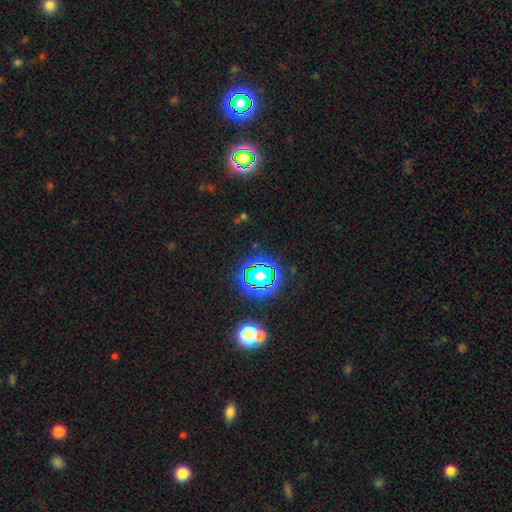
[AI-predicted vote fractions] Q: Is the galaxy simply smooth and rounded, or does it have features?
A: star or artifact — 76%.